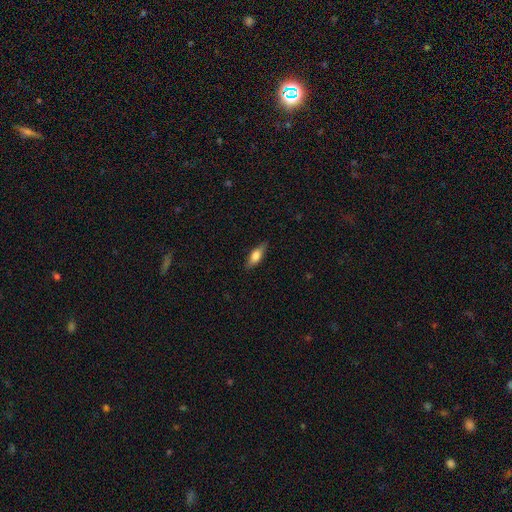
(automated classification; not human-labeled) This appears to be a smooth galaxy with no disk features (68%) that is in between round and cigar-shaped (63%). Merging: none (84%).